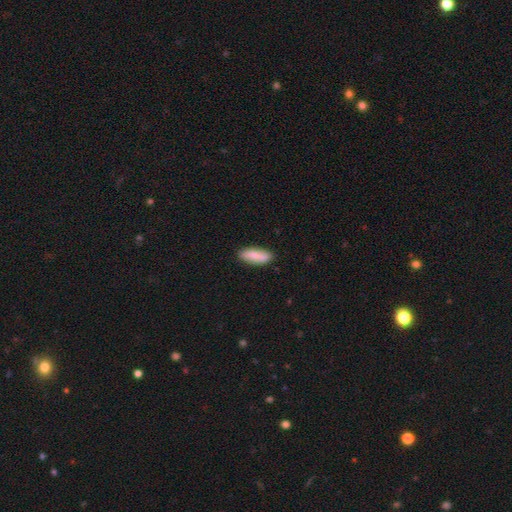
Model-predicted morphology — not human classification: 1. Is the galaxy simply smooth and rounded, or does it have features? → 77% smooth, 17% featured or disk, 6% star or artifact.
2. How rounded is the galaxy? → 69% in between, 29% cigar-shaped, 2% round.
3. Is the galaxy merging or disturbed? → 82% none, 13% minor disturbance, 3% merger, 2% major disturbance.